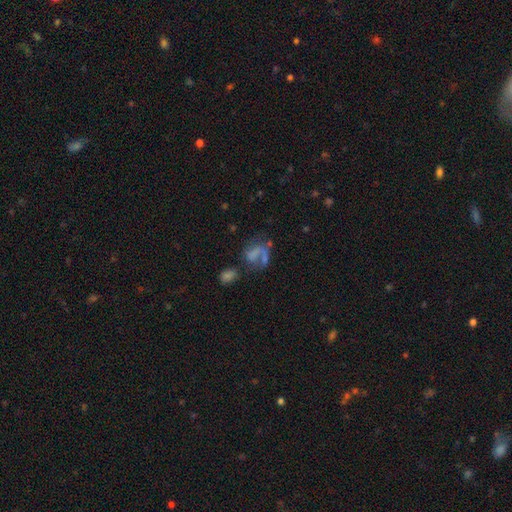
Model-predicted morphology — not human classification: Q: Smooth or featured?
A: featured or disk (45%); runner-up: smooth (35%)
Q: Merging?
A: major disturbance (31%); runner-up: none (30%)